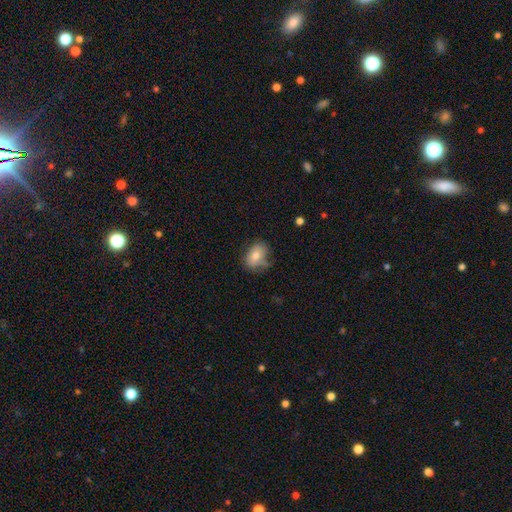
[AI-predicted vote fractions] Overall: smooth (73%). How rounded: in between (68%; round 31%). Merging: none (57%; minor disturbance 30%).